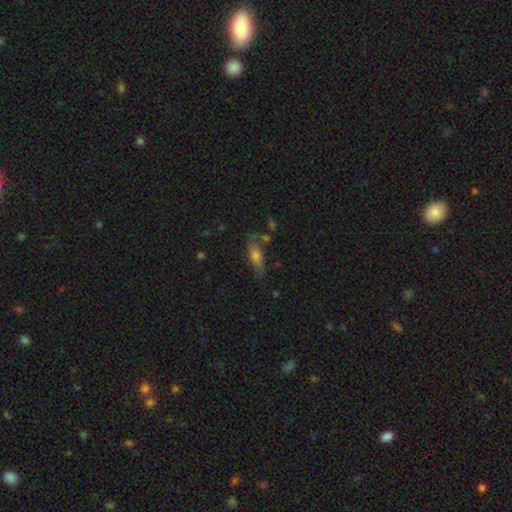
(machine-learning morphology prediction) A smooth galaxy with no disk features (63%) that is in between round and cigar-shaped (53%). Merging: none (65%).